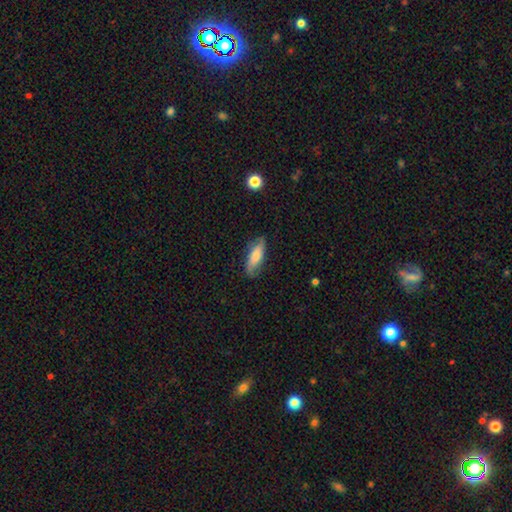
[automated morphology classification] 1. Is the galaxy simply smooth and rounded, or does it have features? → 64% smooth, 29% featured or disk, 7% star or artifact.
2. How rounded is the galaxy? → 64% in between, 33% cigar-shaped, 2% round.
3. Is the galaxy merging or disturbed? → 74% none, 20% minor disturbance, 5% major disturbance, 1% merger.